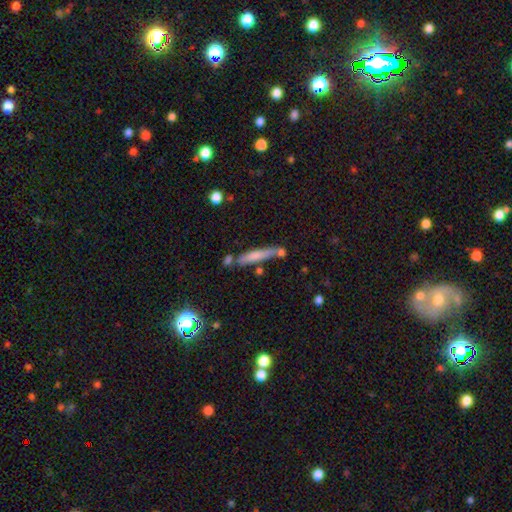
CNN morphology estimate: smooth-or-featured: smooth: 65% | featured or disk: 28% | star or artifact: 8%
  how-rounded: cigar-shaped: 89% | in between: 9% | round: 2%
  merging: none: 61% | minor disturbance: 18% | merger: 15% | major disturbance: 6%